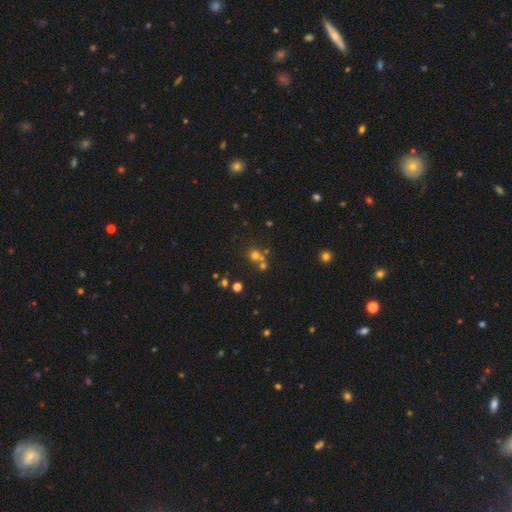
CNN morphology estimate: The model was most divided on "merging": none: 52%, merger: 37%, minor disturbance: 8%, major disturbance: 4%. More confident: how rounded — round (85%); smooth or featured — smooth (61%).